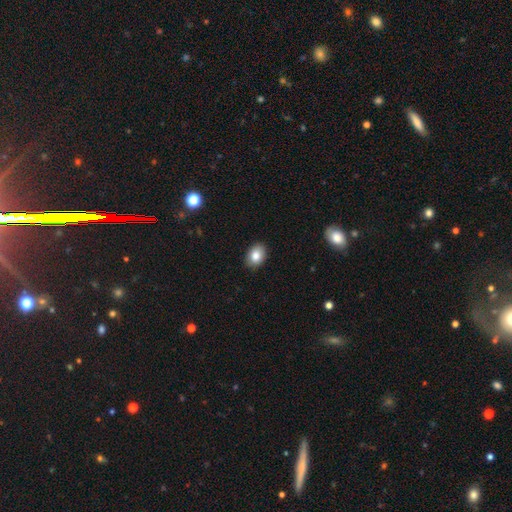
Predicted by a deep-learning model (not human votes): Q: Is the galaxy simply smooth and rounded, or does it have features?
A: smooth — 84%.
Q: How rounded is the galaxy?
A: in between — 75%.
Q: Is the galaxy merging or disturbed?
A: none — 89%.